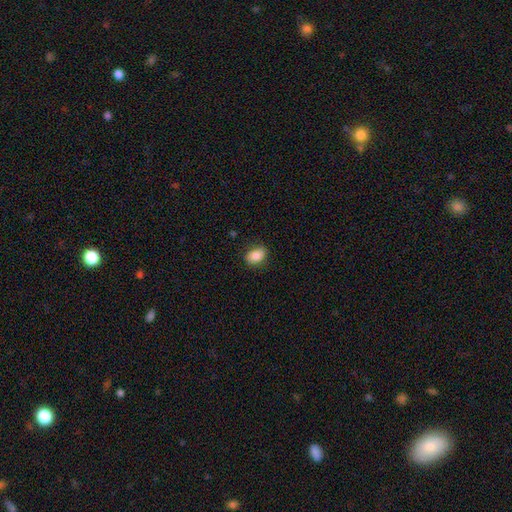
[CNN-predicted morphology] Smooth or featured? smooth (84%)
How rounded? in between (78%)
Merging? none (78%)